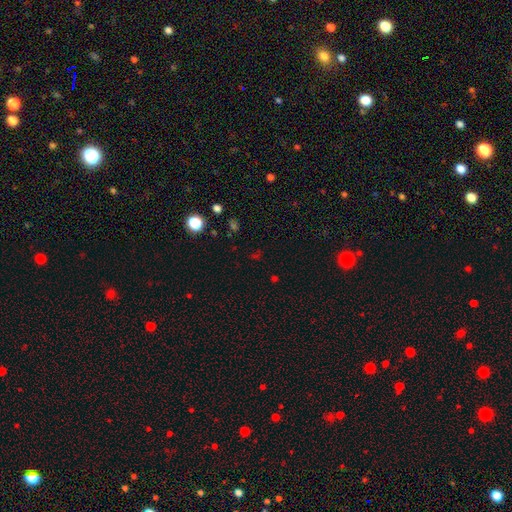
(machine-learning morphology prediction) smooth_or_featured: star or artifact (p=0.60) [alt: smooth p=0.32]